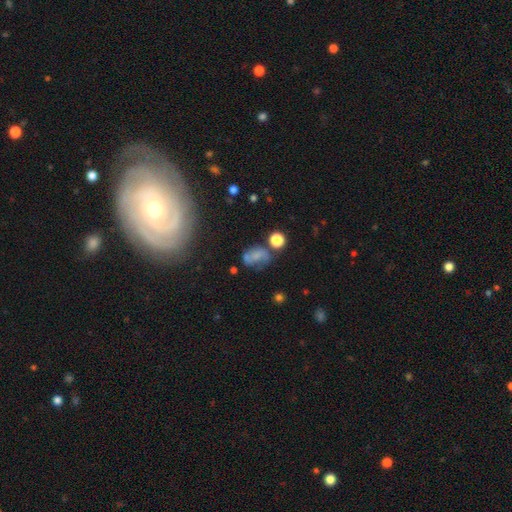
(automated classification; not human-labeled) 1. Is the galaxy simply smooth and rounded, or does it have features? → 50% smooth, 32% featured or disk, 19% star or artifact.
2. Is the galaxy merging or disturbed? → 37% none, 24% minor disturbance, 21% major disturbance, 18% merger.